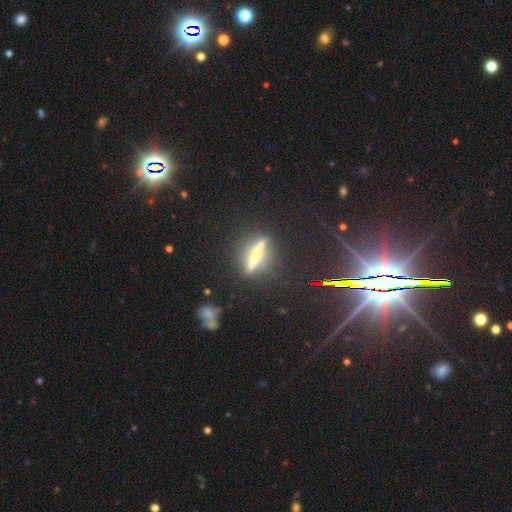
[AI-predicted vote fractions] Smooth or featured? Predicted: featured or disk (p=0.54). Edge-on disk? Predicted: yes (p=0.85). Merging? Predicted: none (p=0.81).